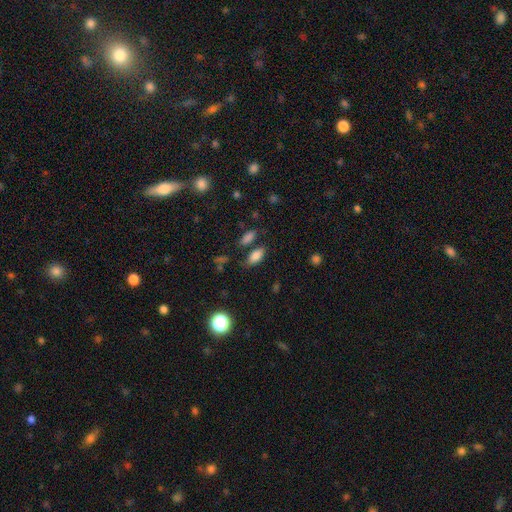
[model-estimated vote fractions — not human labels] Smooth or featured?
  - smooth: 83% *
  - star or artifact: 10%
  - featured or disk: 7%
How rounded?
  - in between: 88% *
  - cigar-shaped: 8%
  - round: 4%
Merging?
  - none: 73% *
  - minor disturbance: 14%
  - merger: 8%
  - major disturbance: 5%